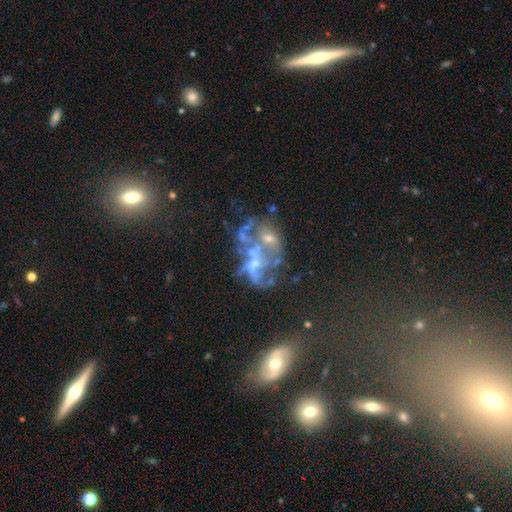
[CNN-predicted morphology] smooth_or_featured: featured or disk (p=0.63) [alt: star or artifact p=0.22]
disk_edge_on: no (p=0.96) [alt: yes p=0.04]
bar: no (p=0.78) [alt: weak p=0.16]
has_spiral_arms: no (p=0.68) [alt: yes p=0.32]
bulge_size: small (p=0.35) [tied with: none p=0.35]
merging: merger (p=0.30) [alt: none p=0.29]